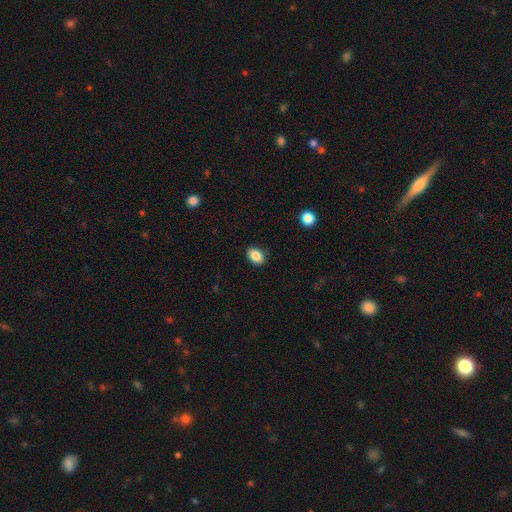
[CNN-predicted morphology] Smooth or featured?
  - smooth: 87% *
  - star or artifact: 8%
  - featured or disk: 5%
How rounded?
  - in between: 86% *
  - round: 13%
  - cigar-shaped: 1%
Merging?
  - none: 86% *
  - minor disturbance: 10%
  - major disturbance: 2%
  - merger: 1%